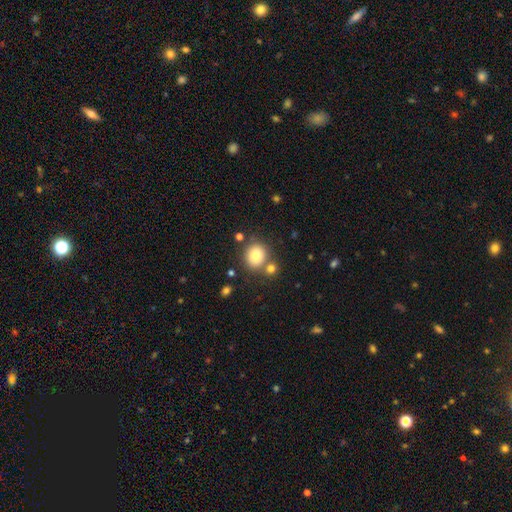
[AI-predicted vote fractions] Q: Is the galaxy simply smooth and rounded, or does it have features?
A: smooth — 79%.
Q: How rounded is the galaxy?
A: round — 81%.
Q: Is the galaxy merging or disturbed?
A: none — 72%.